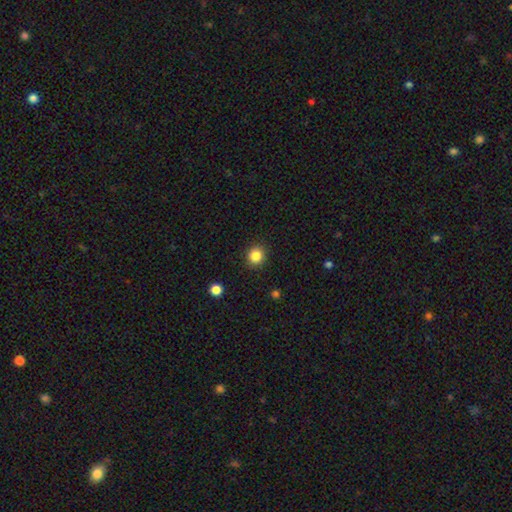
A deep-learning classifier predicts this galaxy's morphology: smooth-or-featured: smooth: 85% | star or artifact: 11% | featured or disk: 4%
  how-rounded: round: 87% | in between: 12% | cigar-shaped: 1%
  merging: none: 90% | minor disturbance: 6% | major disturbance: 2% | merger: 1%